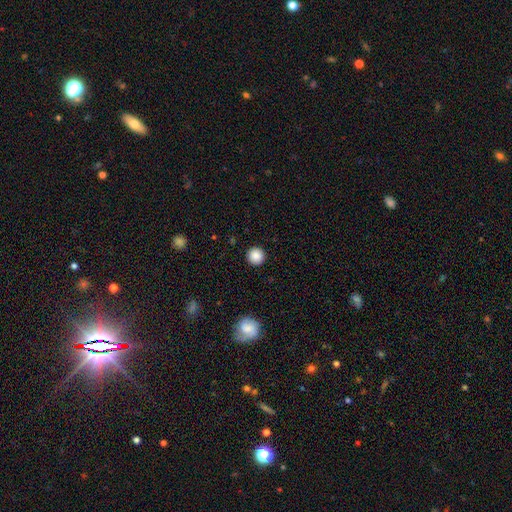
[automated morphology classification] Smooth or featured? Predicted: smooth (p=0.88). How rounded? Predicted: round (p=0.95). Merging? Predicted: none (p=0.92).